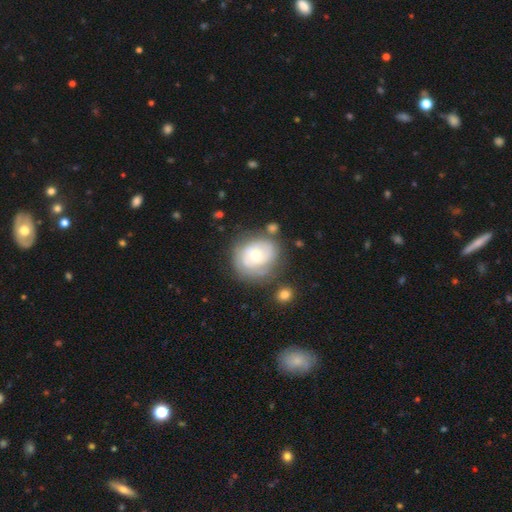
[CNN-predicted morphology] Overall: featured or disk (59%; smooth 34%). Edge-on disk: no (97%). Bar: no (81%). Spiral arms: yes (67%; no 33%). Bulge size: moderate (60%; small 33%). Merging: none (63%).